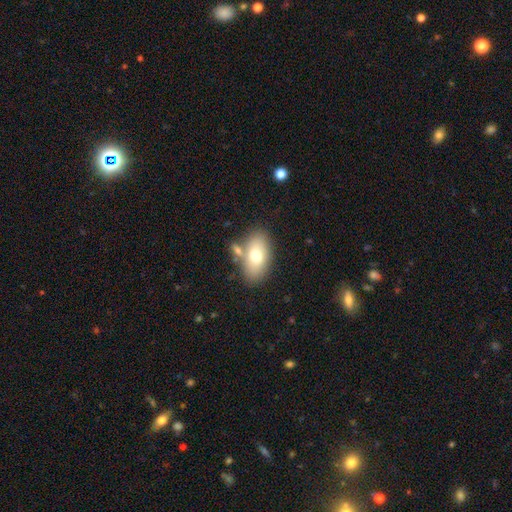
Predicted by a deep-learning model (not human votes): Overall: smooth (72%). How rounded: in between (91%). Merging: none (67%).